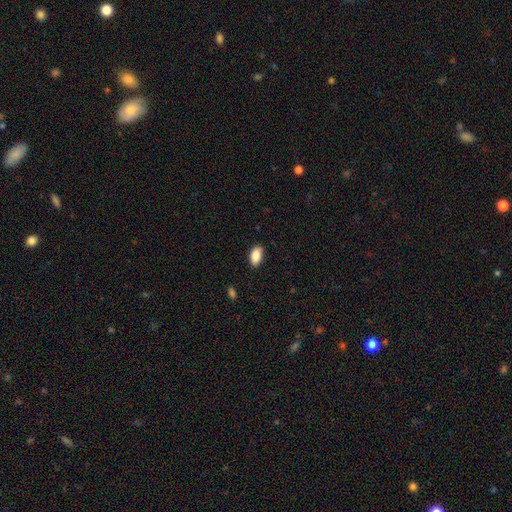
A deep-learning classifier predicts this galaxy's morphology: A smooth galaxy with no disk features (89%) that is in between round and cigar-shaped (94%).

Vote fractions:
- Smooth or featured? smooth: 89% / star or artifact: 7% / featured or disk: 4%
- How rounded? in between: 94% / round: 4% / cigar-shaped: 2%
- Merging? none: 87% / minor disturbance: 10% / major disturbance: 2% / merger: 1%